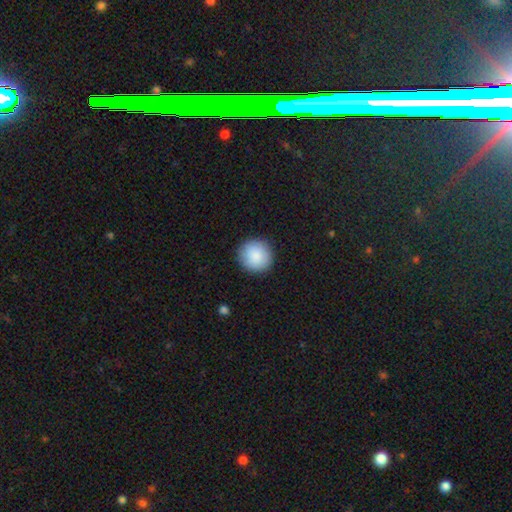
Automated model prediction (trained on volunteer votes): A smooth galaxy with no disk features (88%) that is round (94%).

Vote fractions:
- Smooth or featured? smooth: 88% / star or artifact: 7% / featured or disk: 5%
- How rounded? round: 94% / in between: 5% / cigar-shaped: 1%
- Merging? none: 91% / minor disturbance: 6% / major disturbance: 2% / merger: 1%